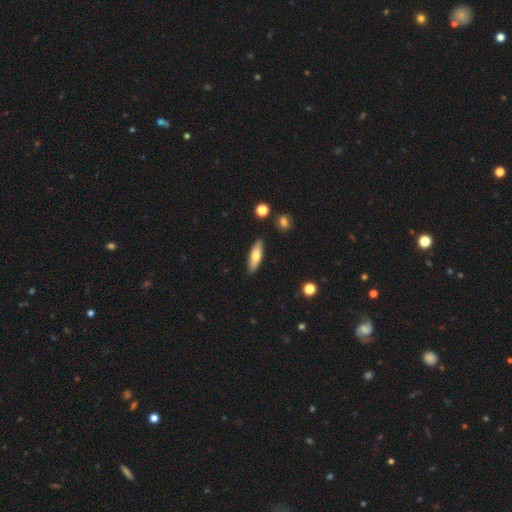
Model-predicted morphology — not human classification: type=smooth (65%); roundness=cigar-shaped (55%); merging=none (86%).